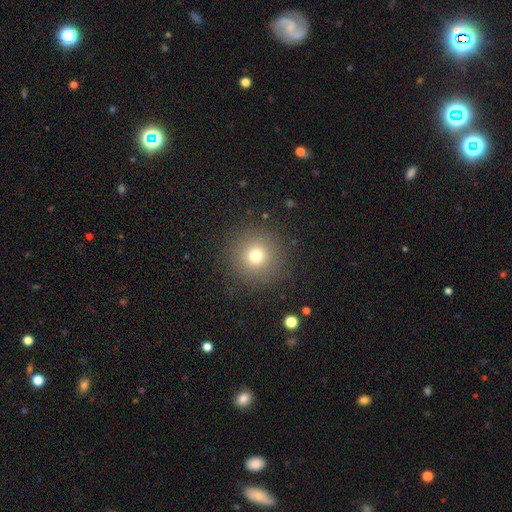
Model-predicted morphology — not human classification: A smooth galaxy with no disk features (74%) that is round (96%). Merging: none (89%).